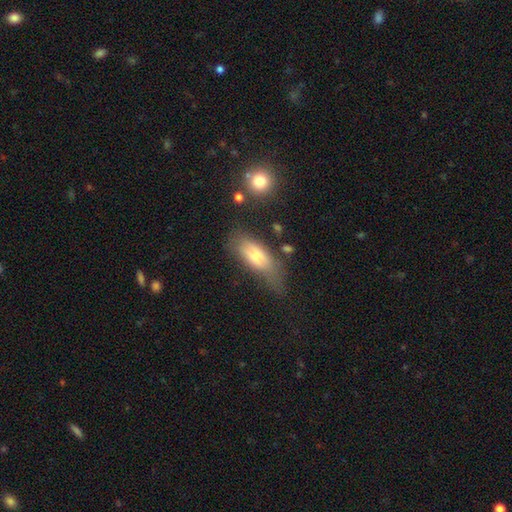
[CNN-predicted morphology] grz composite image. It shows a smooth galaxy with no disk features (66%) that is in between round and cigar-shaped (70%). Merging: none (43%).